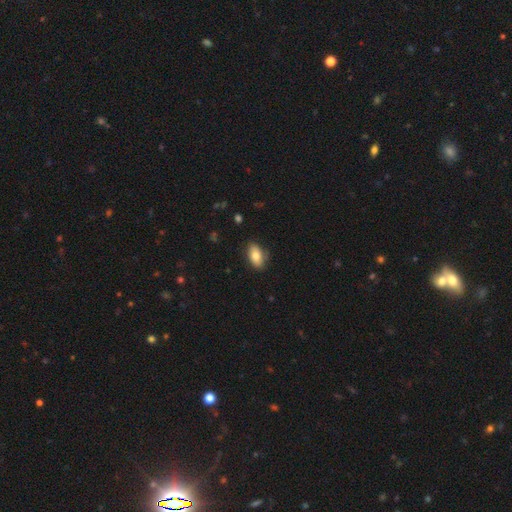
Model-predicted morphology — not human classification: smooth-or-featured: smooth: 78% | featured or disk: 15% | star or artifact: 7%
  how-rounded: in between: 92% | round: 5% | cigar-shaped: 3%
  merging: none: 78% | minor disturbance: 18% | major disturbance: 3% | merger: 1%